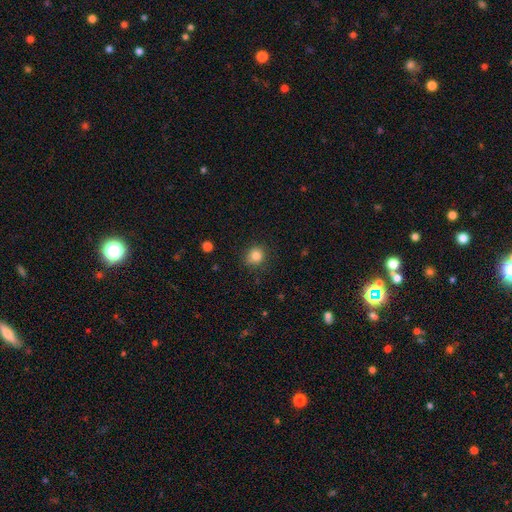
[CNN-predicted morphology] The model was most divided on "merging": none: 83%, minor disturbance: 12%, major disturbance: 3%, merger: 1%. More confident: how rounded — round (87%); smooth or featured — smooth (84%).